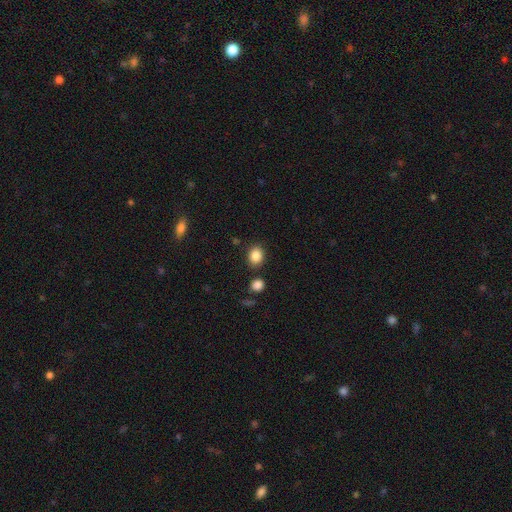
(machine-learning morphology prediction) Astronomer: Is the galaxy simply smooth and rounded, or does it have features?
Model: smooth — 86%.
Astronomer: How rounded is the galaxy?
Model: round — 50% (runner-up: in between, 49%).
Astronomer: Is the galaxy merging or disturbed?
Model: none — 81%.